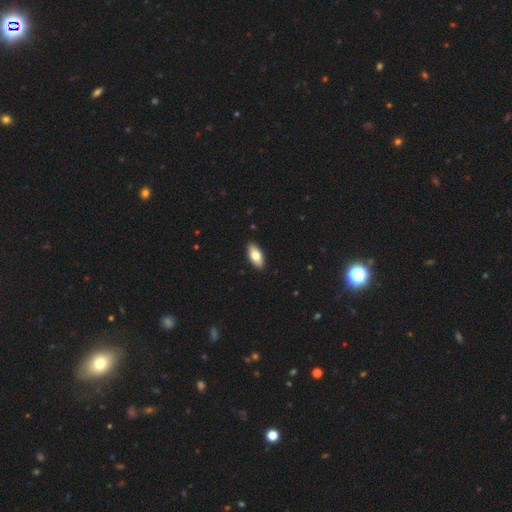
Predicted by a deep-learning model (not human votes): This is likely a smooth galaxy (77%). How rounded: clearly in between (88%). Merging: clearly none (90%).